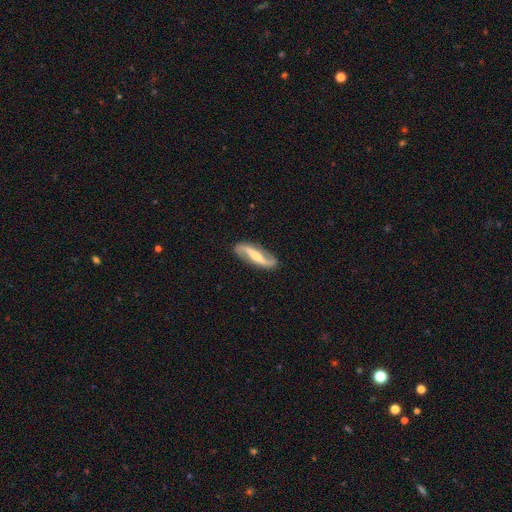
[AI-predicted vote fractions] featured or disk 85%, smooth 11%, star or artifact 4%. Down the decision tree: edge-on disk — no (88%); bar — strong (53%); spiral arms — yes (94%); spiral arm count — 2 (93%); spiral winding — loose (70%); bulge size — moderate (54%); merging — none (86%).